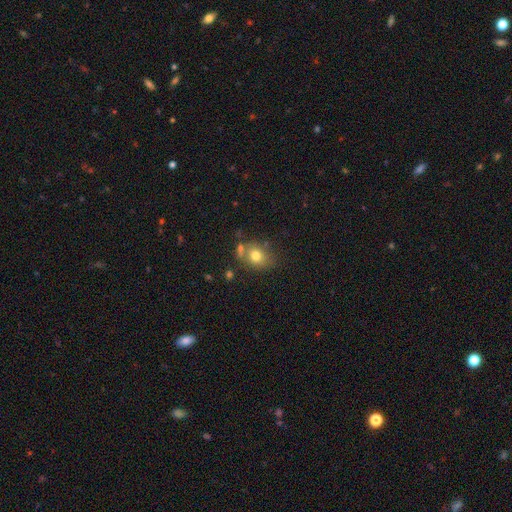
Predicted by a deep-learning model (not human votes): Smooth or featured: smooth — 76% (featured or disk — 13%)
How rounded: round — 50% (in between — 48%)
Merging: none — 58% (merger — 19%)